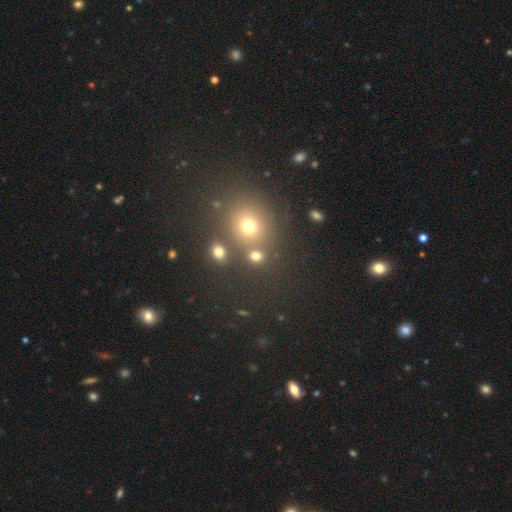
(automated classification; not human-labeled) Smooth or featured? Predicted: smooth (p=0.72). How rounded? Predicted: round (p=0.78). Merging? Predicted: none (p=0.69).